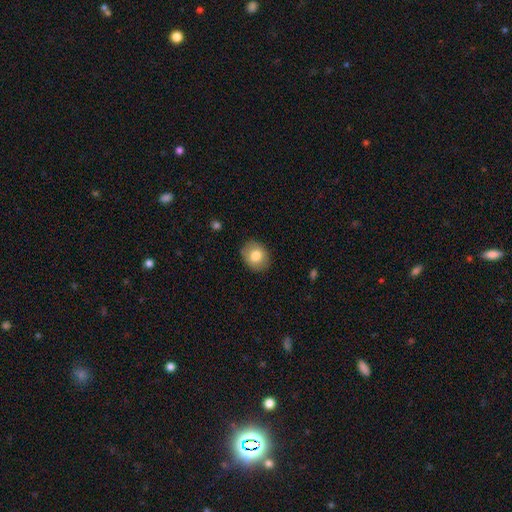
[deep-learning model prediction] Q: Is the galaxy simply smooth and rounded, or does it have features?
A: smooth — 79%.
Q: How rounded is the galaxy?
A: round — 55%.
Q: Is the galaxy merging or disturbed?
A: none — 87%.